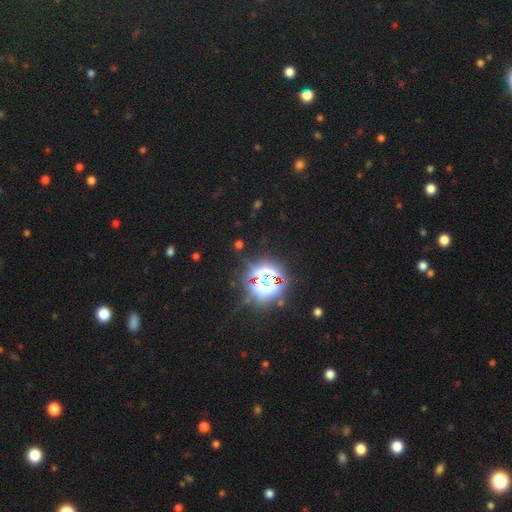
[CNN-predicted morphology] The model was most divided on "smooth or featured": star or artifact: 83%, smooth: 11%, featured or disk: 6%.